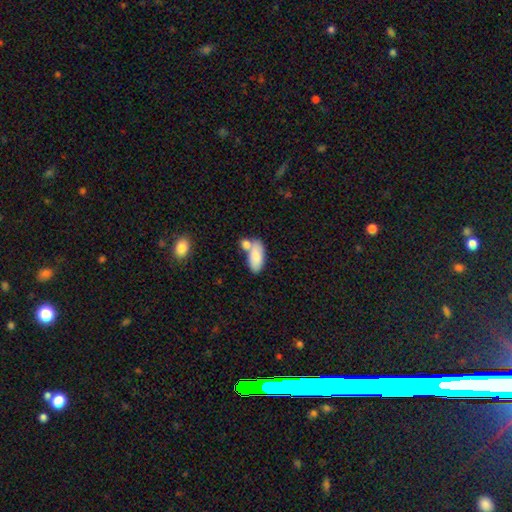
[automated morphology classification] The model was most divided on "merging": none: 43%, merger: 37%, minor disturbance: 15%, major disturbance: 5%. More confident: how rounded — in between (90%); smooth or featured — smooth (82%).